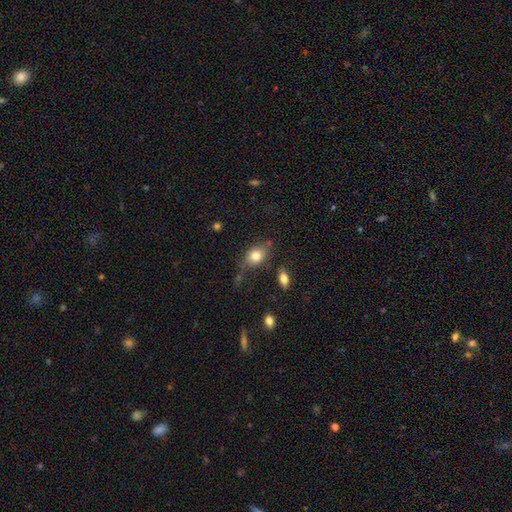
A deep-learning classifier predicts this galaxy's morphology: Smooth or featured? Predicted: smooth (p=0.79). How rounded? Predicted: in between (p=0.71). Merging? Predicted: none (p=0.68).